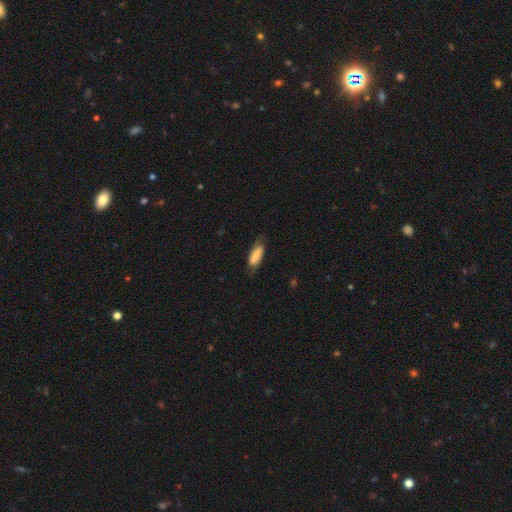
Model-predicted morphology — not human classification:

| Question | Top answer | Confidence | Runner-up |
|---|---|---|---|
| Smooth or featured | smooth | 79% | featured or disk (15%) |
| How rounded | in between | 66% | cigar-shaped (32%) |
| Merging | none | 67% | minor disturbance (25%) |